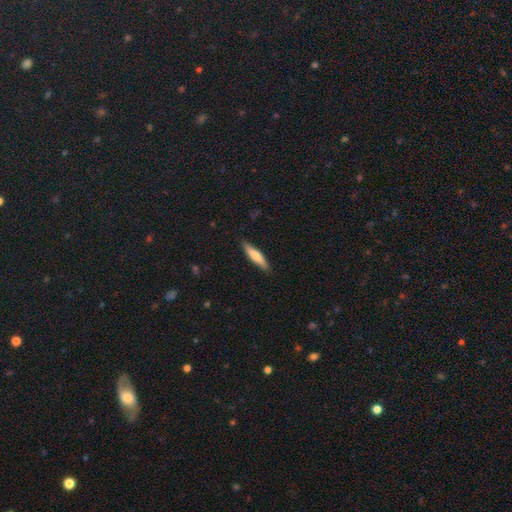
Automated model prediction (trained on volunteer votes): This appears to be a smooth galaxy with no disk features (64%) that is cigar-shaped (82%). Merging: none (88%).